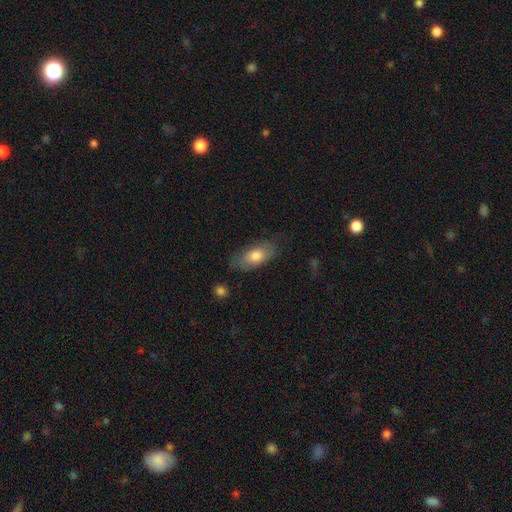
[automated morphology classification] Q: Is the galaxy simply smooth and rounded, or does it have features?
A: smooth — 72%.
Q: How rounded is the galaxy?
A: in between — 88%.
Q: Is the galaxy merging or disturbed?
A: none — 70%.